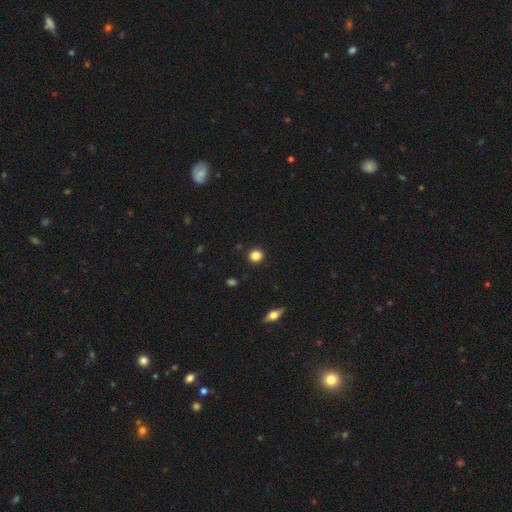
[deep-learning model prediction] smooth_or_featured: smooth (p=0.85) [alt: star or artifact p=0.11]
how_rounded: round (p=0.90) [alt: in between p=0.09]
merging: none (p=0.92) [alt: minor disturbance p=0.05]